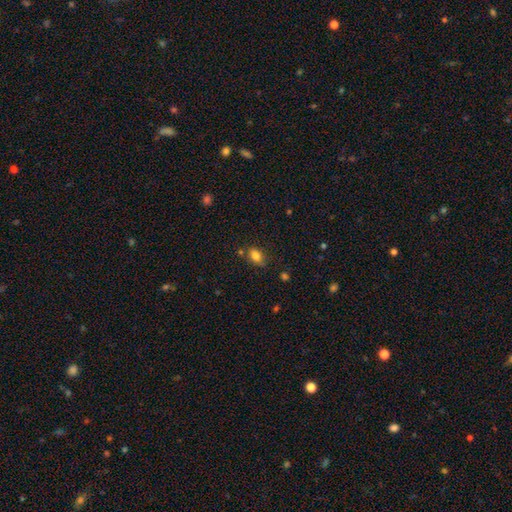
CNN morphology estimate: smooth 82%, star or artifact 10%, featured or disk 7%. Down the decision tree: how rounded — in between (81%); merging — none (72%).